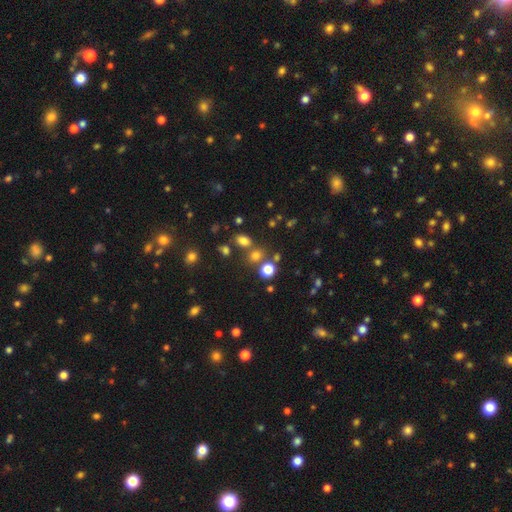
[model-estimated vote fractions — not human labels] Overall: smooth (72%). How rounded: round (63%; in between 36%). Merging: none (67%).